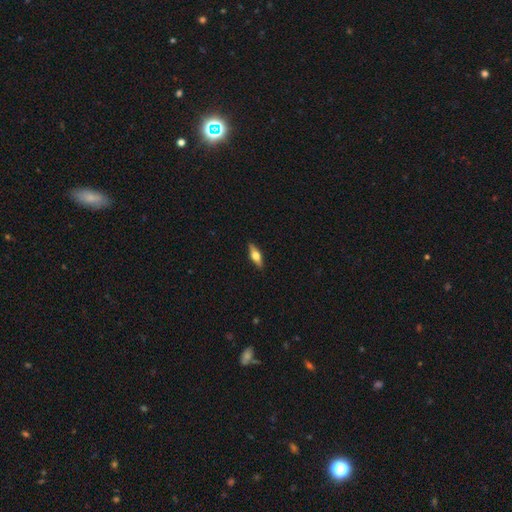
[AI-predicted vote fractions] Smooth or featured: featured or disk — 49% (smooth — 45%)
Merging: none — 89% (minor disturbance — 8%)